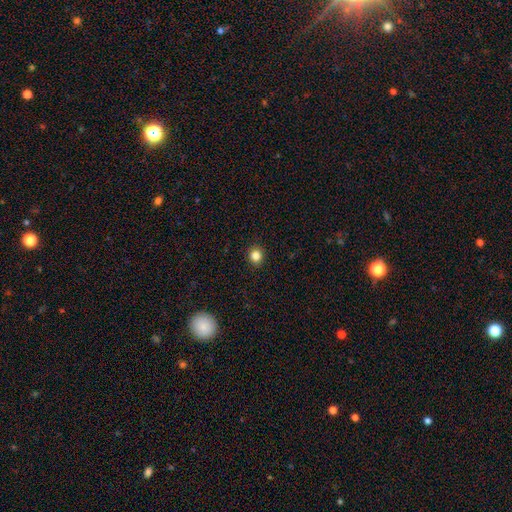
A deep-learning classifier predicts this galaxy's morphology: This appears to be a smooth galaxy with no disk features (84%) that is round (86%). Merging: none (92%).